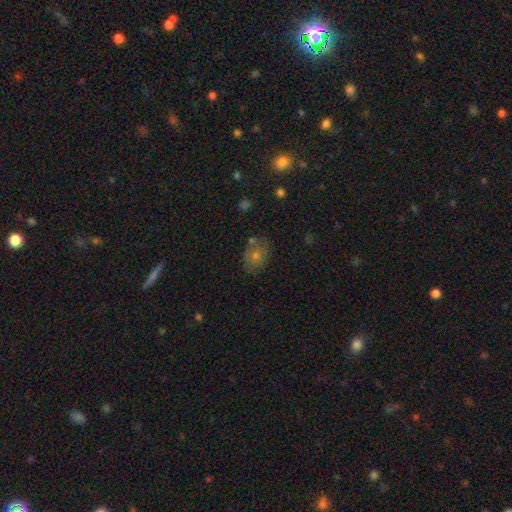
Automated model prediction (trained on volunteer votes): smooth-or-featured: smooth: 59% | featured or disk: 21% | star or artifact: 20%
  how-rounded: in between: 50% | round: 49% | cigar-shaped: 1%
  merging: none: 75% | minor disturbance: 15% | merger: 5% | major disturbance: 5%